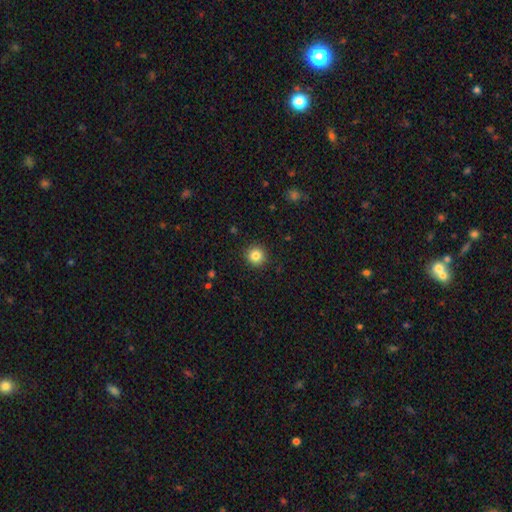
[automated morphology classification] type=smooth (83%); roundness=round (95%); merging=none (92%).